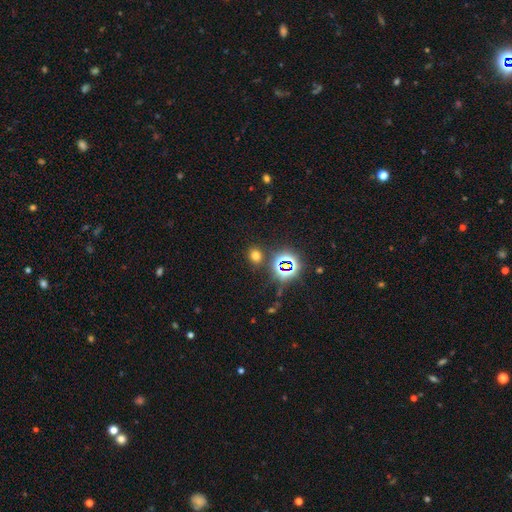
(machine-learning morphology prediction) This appears to be a smooth galaxy with no disk features (64%) that is round (67%). Merging: none (84%).